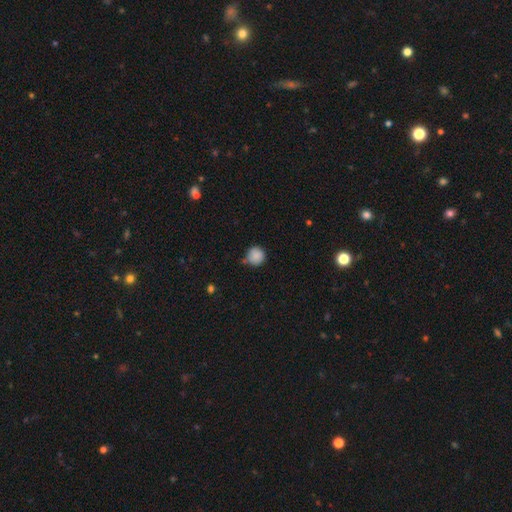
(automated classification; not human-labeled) Smooth or featured? Predicted: smooth (p=0.86). How rounded? Predicted: round (p=0.93). Merging? Predicted: none (p=0.63).